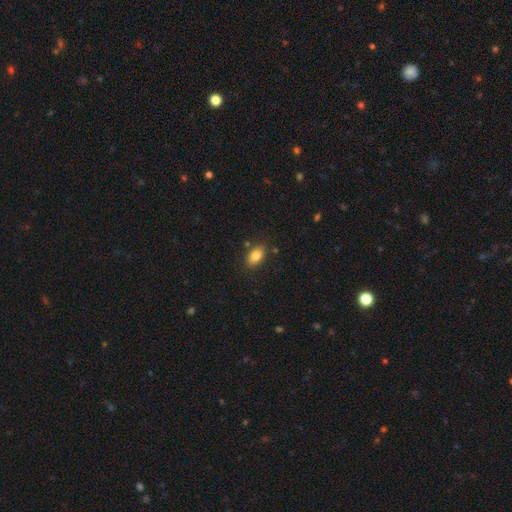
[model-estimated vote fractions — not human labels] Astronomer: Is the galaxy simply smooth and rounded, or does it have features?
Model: smooth — 83%.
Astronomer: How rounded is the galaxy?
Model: in between — 87%.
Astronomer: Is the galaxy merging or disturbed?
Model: none — 82%.